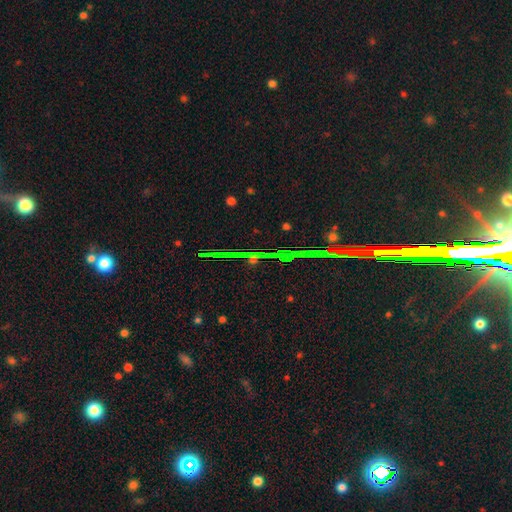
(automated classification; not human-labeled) Smooth or featured: star or artifact — 77% (featured or disk — 13%)